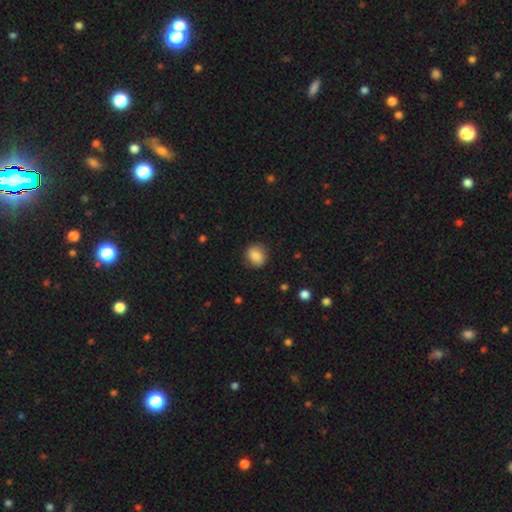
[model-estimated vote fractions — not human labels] A smooth galaxy with no disk features (83%) that is round (71%).

Vote fractions:
- Smooth or featured? smooth: 83% / star or artifact: 9% / featured or disk: 8%
- How rounded? round: 71% / in between: 28% / cigar-shaped: 1%
- Merging? none: 85% / minor disturbance: 11% / major disturbance: 3% / merger: 1%